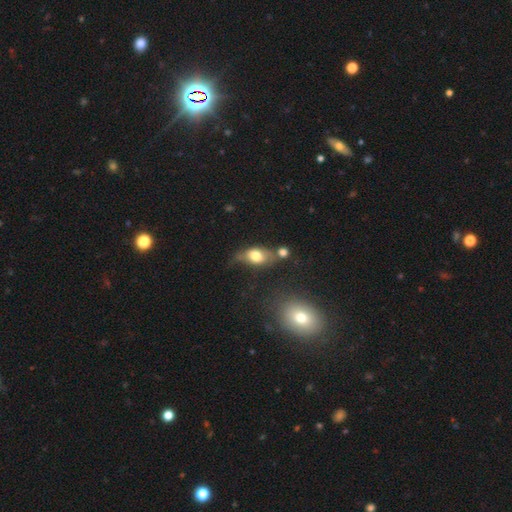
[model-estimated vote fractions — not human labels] Overall: smooth (67%). How rounded: in between (82%). Merging: none (46%; minor disturbance 27%).